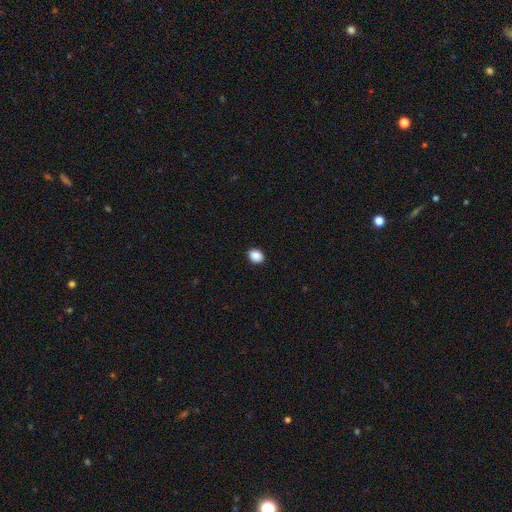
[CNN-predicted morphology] smooth 90%, star or artifact 8%, featured or disk 2%. Down the decision tree: how rounded — in between (55%); merging — none (91%).